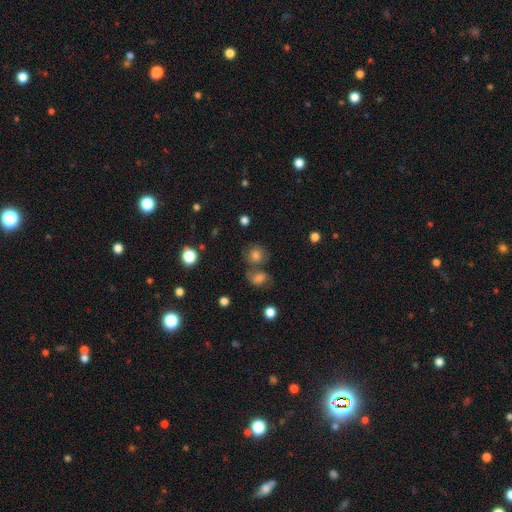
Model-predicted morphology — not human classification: smooth-or-featured: smooth: 65% | star or artifact: 18% | featured or disk: 17%
  how-rounded: round: 82% | in between: 17% | cigar-shaped: 1%
  merging: none: 55% | merger: 27% | minor disturbance: 11% | major disturbance: 6%